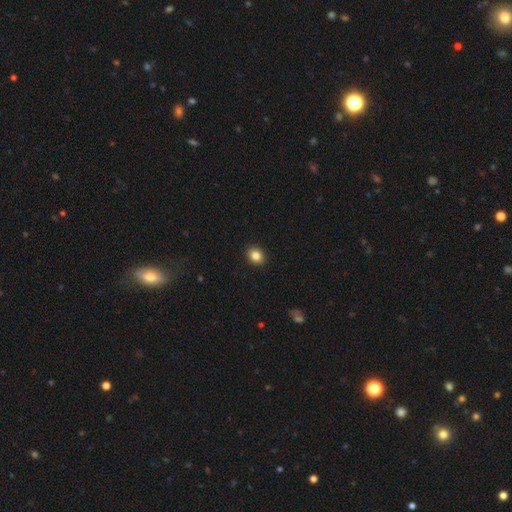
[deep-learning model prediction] A smooth galaxy with no disk features (85%) that is round (59%).

Vote fractions:
- Smooth or featured? smooth: 85% / star or artifact: 10% / featured or disk: 6%
- How rounded? round: 59% / in between: 41% / cigar-shaped: 1%
- Merging? none: 92% / minor disturbance: 6% / major disturbance: 2% / merger: 1%